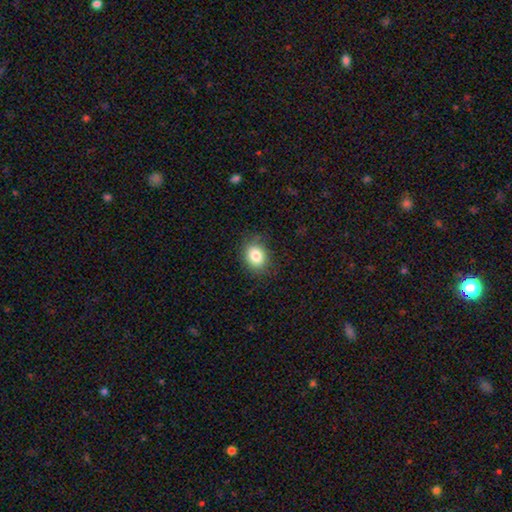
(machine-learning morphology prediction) smooth 84%, star or artifact 10%, featured or disk 7%. Down the decision tree: how rounded — in between (50%); merging — none (83%).